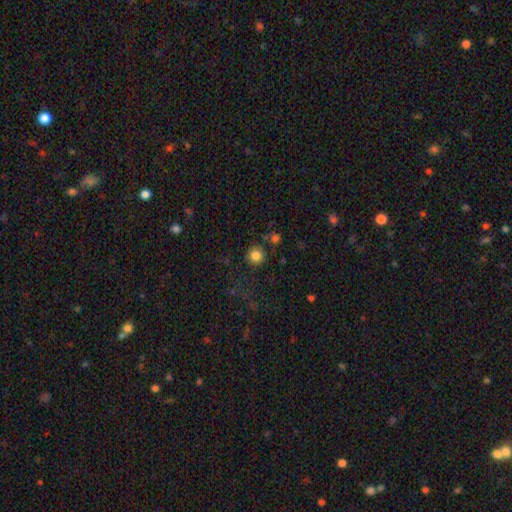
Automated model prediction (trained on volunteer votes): This is clearly a smooth galaxy (83%). How rounded: clearly round (93%). Merging: clearly none (83%).